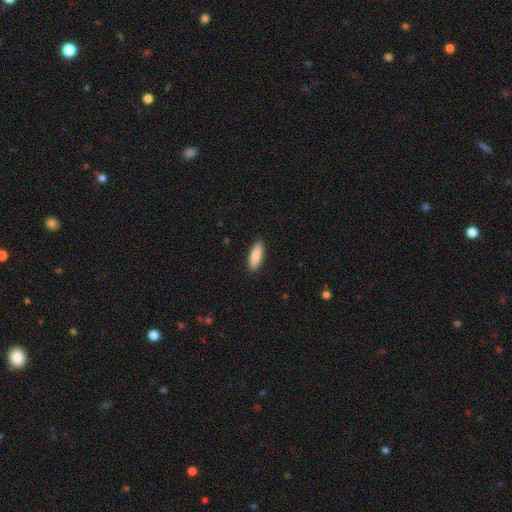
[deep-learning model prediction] smooth-or-featured: smooth: 86% | featured or disk: 8% | star or artifact: 5%
  how-rounded: in between: 54% | cigar-shaped: 44% | round: 2%
  merging: none: 90% | minor disturbance: 7% | major disturbance: 2% | merger: 1%